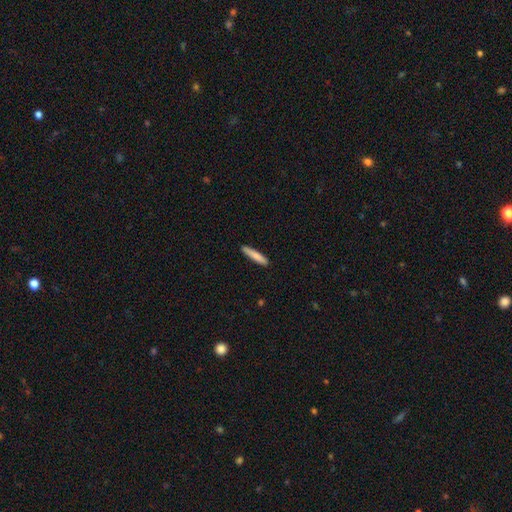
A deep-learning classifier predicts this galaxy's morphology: Smooth or featured? Predicted: smooth (p=0.81). How rounded? Predicted: cigar-shaped (p=0.91). Merging? Predicted: none (p=0.89).